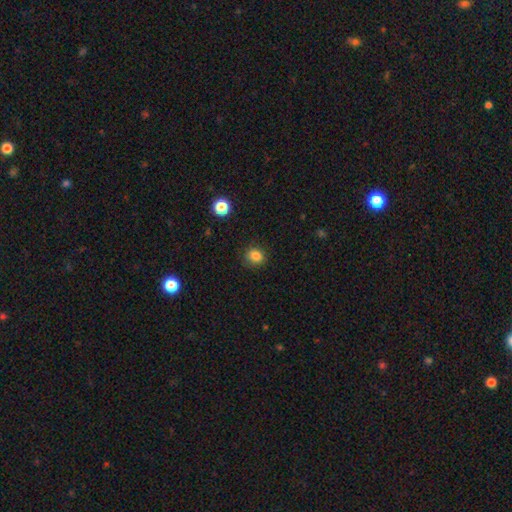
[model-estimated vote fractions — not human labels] Smooth or featured: smooth — 84% (star or artifact — 12%)
How rounded: round — 75% (in between — 24%)
Merging: none — 86% (minor disturbance — 10%)